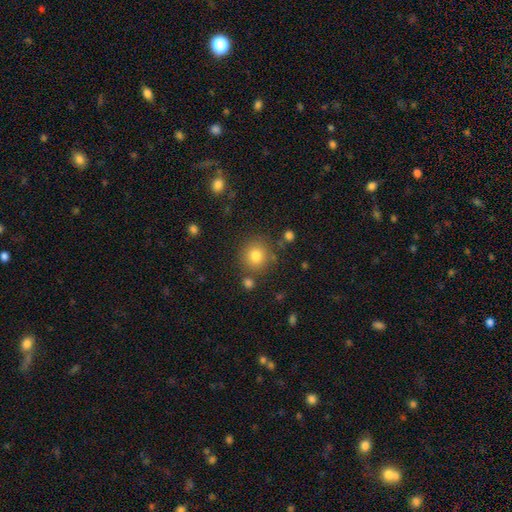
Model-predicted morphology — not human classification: This is likely a smooth galaxy (80%). How rounded: clearly round (90%). Merging: likely none (80%).